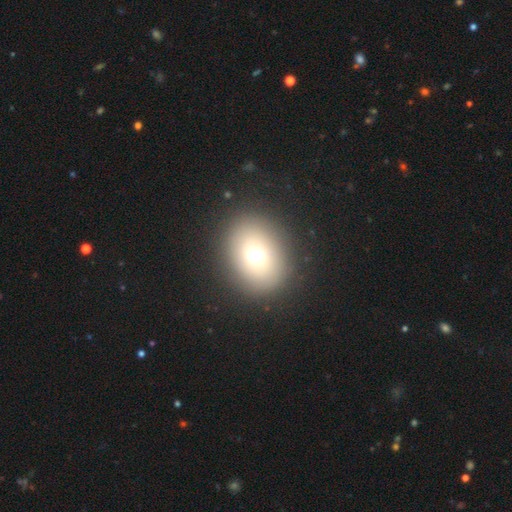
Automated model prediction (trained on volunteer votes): Smooth or featured? Predicted: smooth (p=0.68). How rounded? Predicted: round (p=0.52). Merging? Predicted: none (p=0.86).